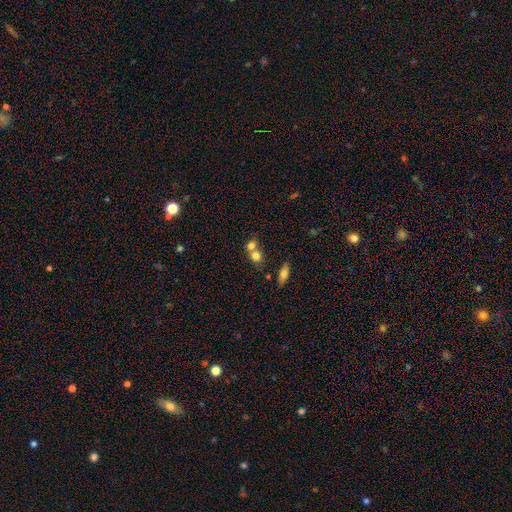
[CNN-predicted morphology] Smooth or featured: smooth — 75% (featured or disk — 14%)
How rounded: round — 65% (in between — 33%)
Merging: merger — 56% (none — 34%)